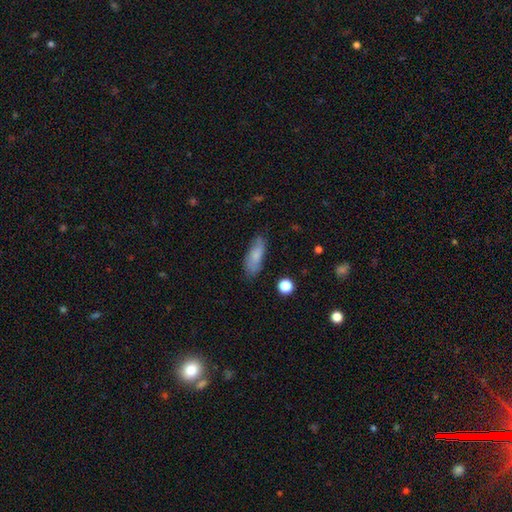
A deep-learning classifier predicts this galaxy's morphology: smooth 76%, featured or disk 17%, star or artifact 7%. Down the decision tree: how rounded — in between (67%); merging — none (75%).